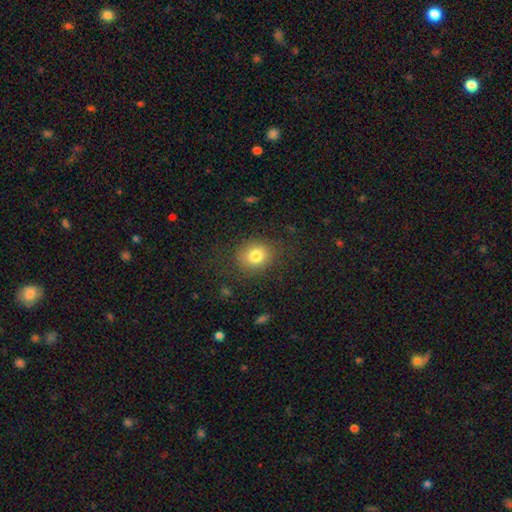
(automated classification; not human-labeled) A smooth galaxy with no disk features (81%) that is round (65%). Merging: none (81%).